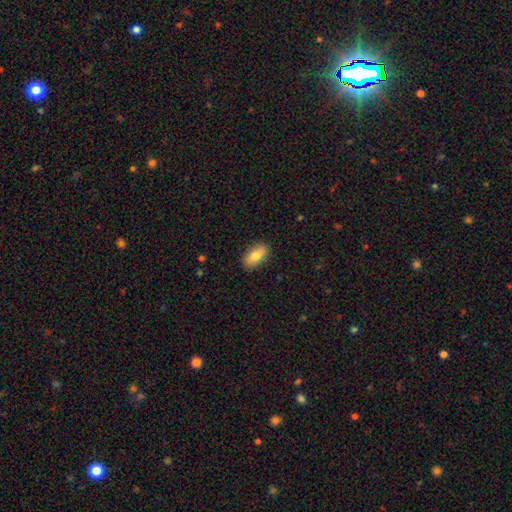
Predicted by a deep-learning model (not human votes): Smooth or featured? Predicted: smooth (p=0.78). How rounded? Predicted: in between (p=0.89). Merging? Predicted: none (p=0.88).